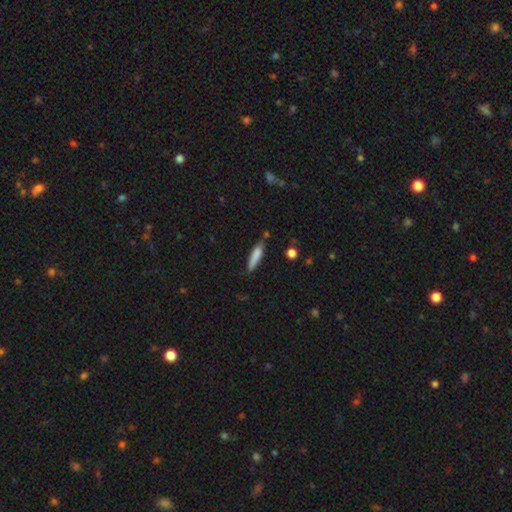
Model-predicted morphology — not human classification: smooth 81%, featured or disk 12%, star or artifact 7%. Down the decision tree: how rounded — cigar-shaped (81%); merging — none (76%).